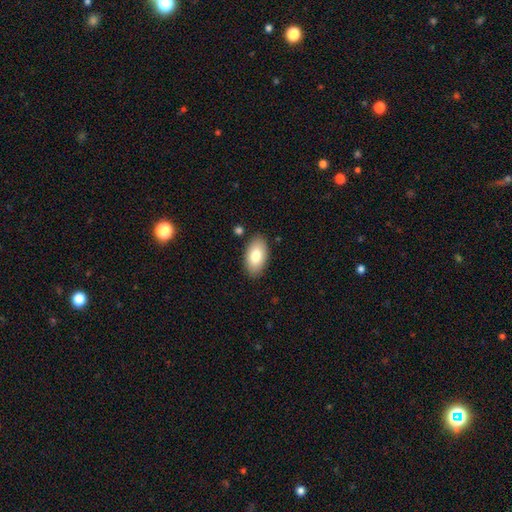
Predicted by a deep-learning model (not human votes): smooth_or_featured: smooth (p=0.80) [alt: featured or disk p=0.13]
how_rounded: in between (p=0.95) [alt: round p=0.04]
merging: none (p=0.86) [alt: minor disturbance p=0.10]